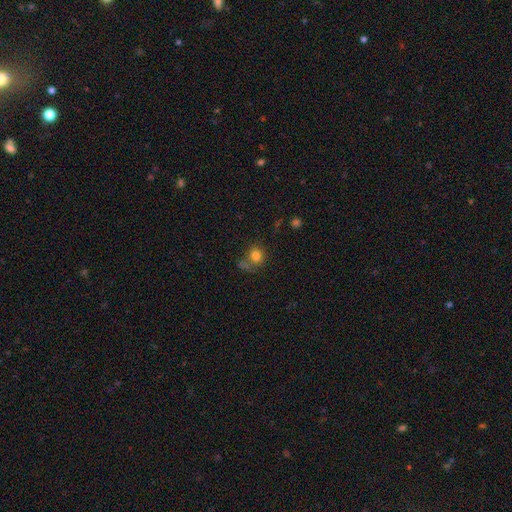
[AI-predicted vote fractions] Q: Smooth or featured?
A: smooth (80%); runner-up: star or artifact (12%)
Q: How rounded?
A: round (80%); runner-up: in between (19%)
Q: Merging?
A: none (59%); runner-up: minor disturbance (17%)